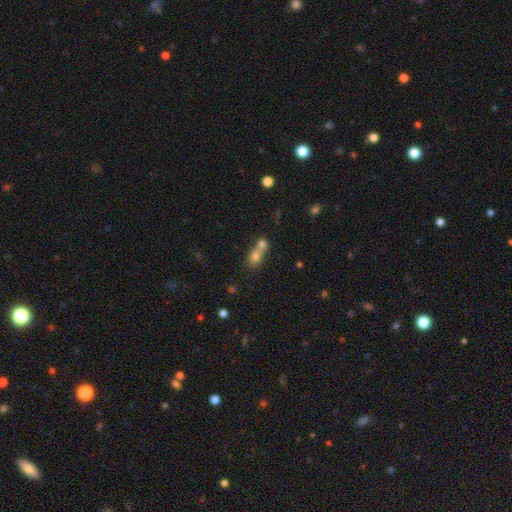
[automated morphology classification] A smooth galaxy with no disk features (70%) that is round (49%). Merging: merger (71%).